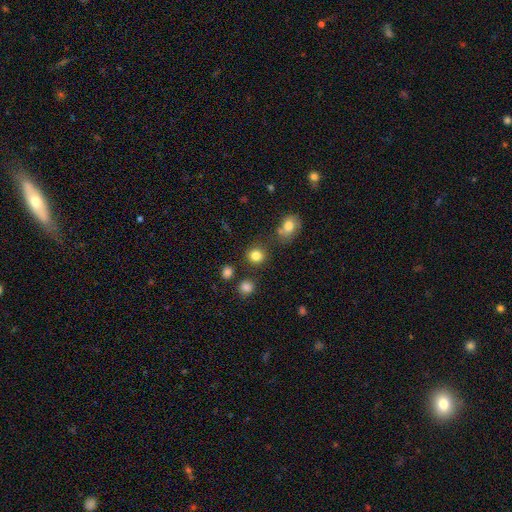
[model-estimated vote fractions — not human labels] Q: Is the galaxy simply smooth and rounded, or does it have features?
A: smooth — 83%.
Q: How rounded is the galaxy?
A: round — 88%.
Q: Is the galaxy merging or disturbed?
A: none — 82%.